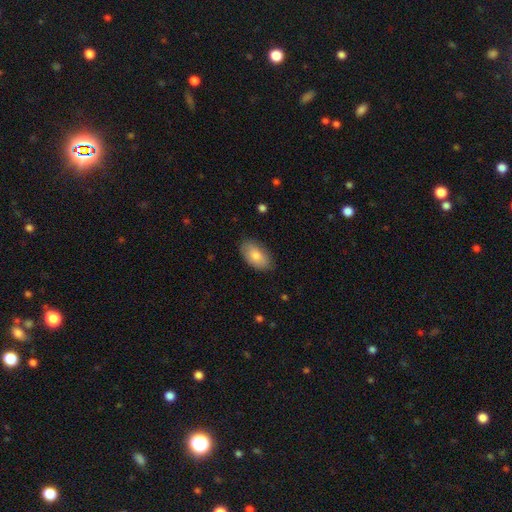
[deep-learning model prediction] A smooth galaxy with no disk features (81%) that is in between round and cigar-shaped (94%).

Vote fractions:
- Smooth or featured? smooth: 81% / featured or disk: 13% / star or artifact: 6%
- How rounded? in between: 94% / round: 4% / cigar-shaped: 2%
- Merging? none: 84% / minor disturbance: 13% / major disturbance: 2% / merger: 1%